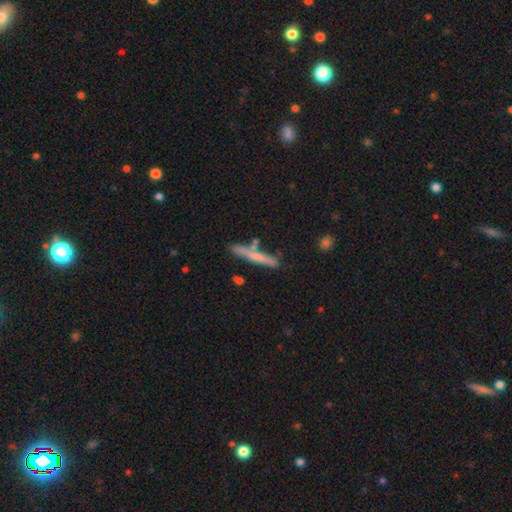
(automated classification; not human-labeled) smooth_or_featured: smooth (p=0.59) [alt: featured or disk p=0.34]
how_rounded: cigar-shaped (p=0.95) [alt: in between p=0.04]
merging: none (p=0.76) [alt: minor disturbance p=0.13]